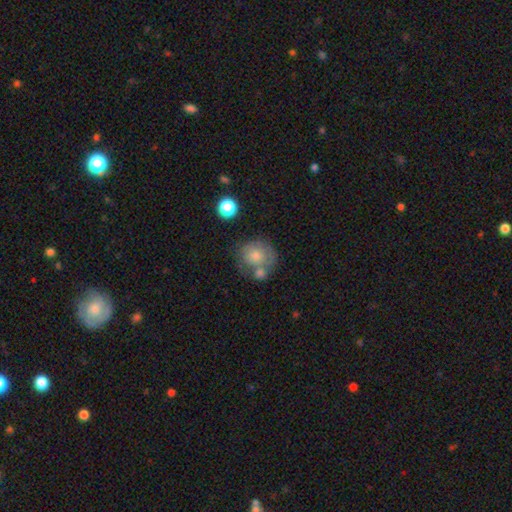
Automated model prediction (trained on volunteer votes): smooth-or-featured: smooth: 65% | featured or disk: 25% | star or artifact: 10%
  how-rounded: round: 83% | in between: 16% | cigar-shaped: 1%
  merging: none: 47% | merger: 29% | minor disturbance: 16% | major disturbance: 8%